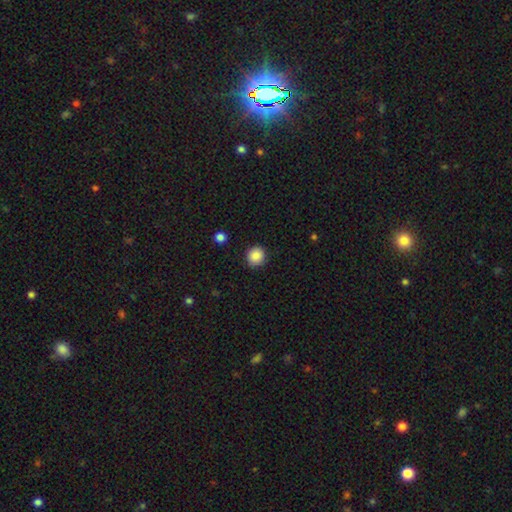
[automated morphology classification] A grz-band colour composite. It shows a smooth galaxy with no disk features (88%) that is round (87%). Merging: none (89%).